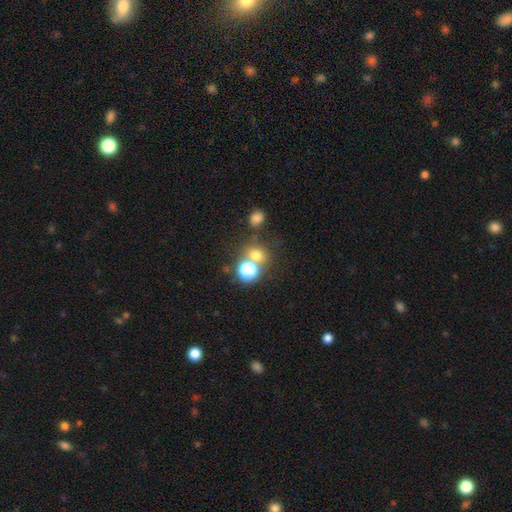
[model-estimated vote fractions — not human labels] Q: Smooth or featured?
A: smooth (64%); runner-up: star or artifact (27%)
Q: How rounded?
A: round (79%); runner-up: in between (20%)
Q: Merging?
A: none (60%); runner-up: merger (25%)